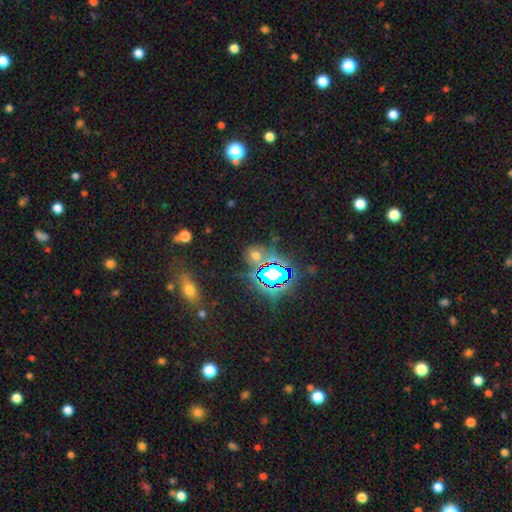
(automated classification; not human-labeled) Q: Smooth or featured?
A: star or artifact (60%); runner-up: smooth (30%)